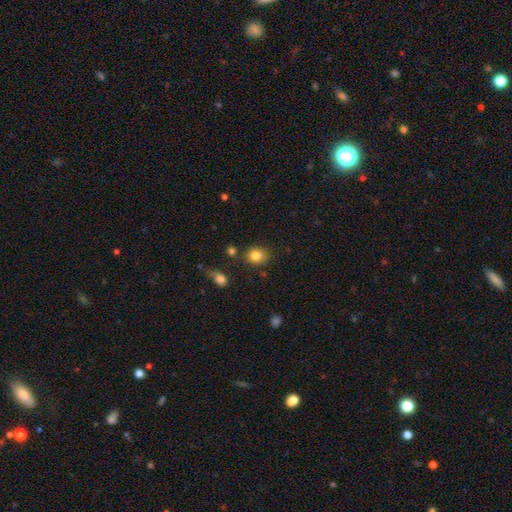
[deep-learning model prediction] Smooth or featured? Predicted: smooth (p=0.83). How rounded? Predicted: round (p=0.73). Merging? Predicted: none (p=0.80).